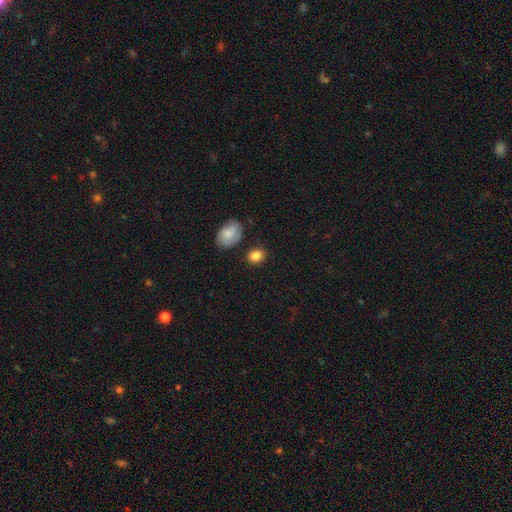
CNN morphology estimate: Smooth or featured? smooth (86%)
How rounded? round (59%)
Merging? none (82%)